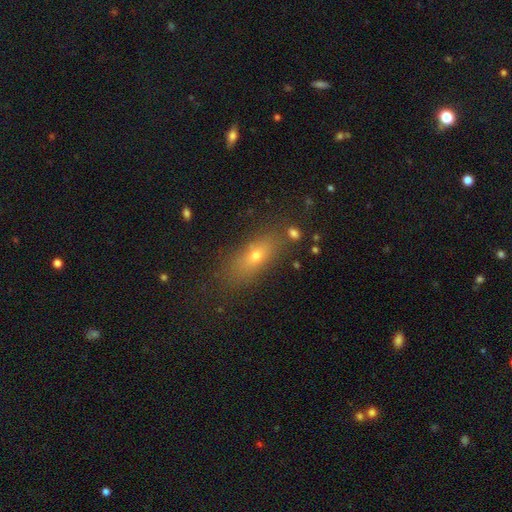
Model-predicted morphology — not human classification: The model was most divided on "how rounded": in between: 61%, cigar-shaped: 30%, round: 9%. More confident: merging — none (76%); smooth or featured — smooth (64%).